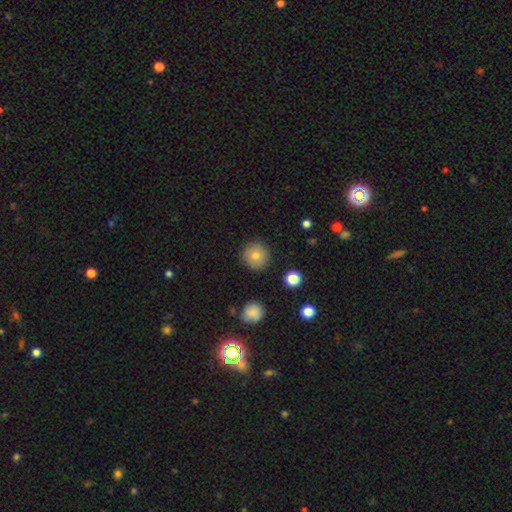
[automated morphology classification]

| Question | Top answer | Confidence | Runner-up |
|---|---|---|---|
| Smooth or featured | smooth | 80% | featured or disk (10%) |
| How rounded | round | 94% | in between (5%) |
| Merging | none | 89% | minor disturbance (7%) |